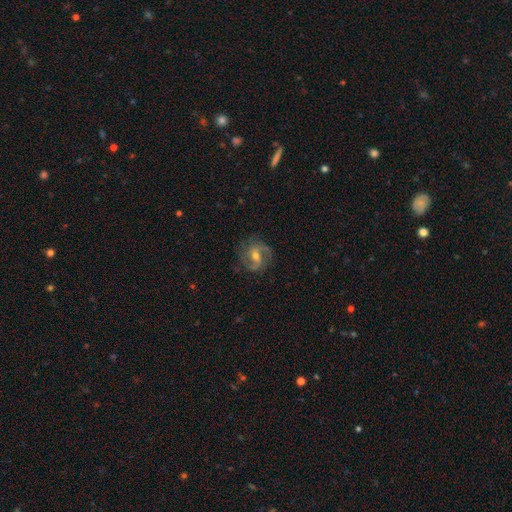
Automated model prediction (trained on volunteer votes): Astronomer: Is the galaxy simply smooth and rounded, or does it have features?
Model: featured or disk — 82%.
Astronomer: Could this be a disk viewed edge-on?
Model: no — 97%.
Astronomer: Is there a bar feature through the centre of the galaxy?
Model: weak — 50% (runner-up: no, 26%).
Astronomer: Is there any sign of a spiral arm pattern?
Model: yes — 94%.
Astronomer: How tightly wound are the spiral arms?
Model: medium — 50%.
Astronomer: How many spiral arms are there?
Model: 2 — 71%.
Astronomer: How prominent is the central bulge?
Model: moderate — 59% (runner-up: small, 35%).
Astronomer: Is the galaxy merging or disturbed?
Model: none — 77%.